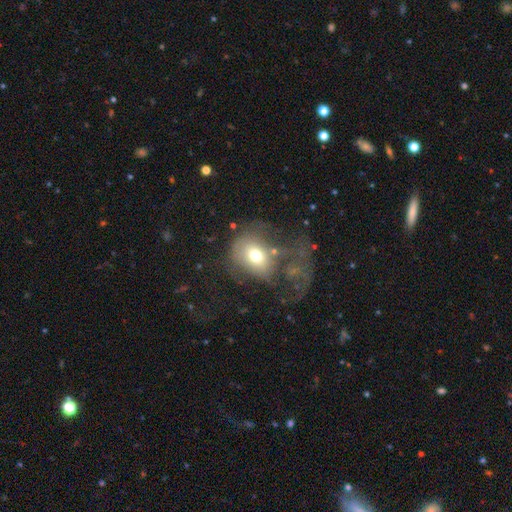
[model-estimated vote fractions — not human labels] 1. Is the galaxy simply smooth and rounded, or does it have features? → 60% smooth, 29% featured or disk, 11% star or artifact.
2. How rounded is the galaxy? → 52% round, 46% in between, 1% cigar-shaped.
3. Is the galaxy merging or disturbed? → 53% major disturbance, 23% none, 15% minor disturbance, 8% merger.